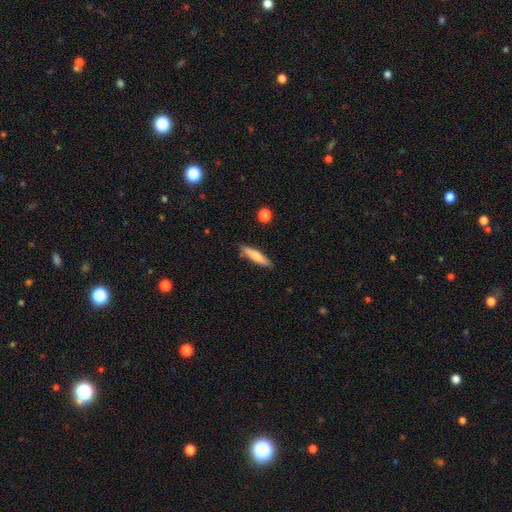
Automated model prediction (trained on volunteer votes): Morphology: type=smooth (71%); roundness=cigar-shaped (84%); merging=none (86%).